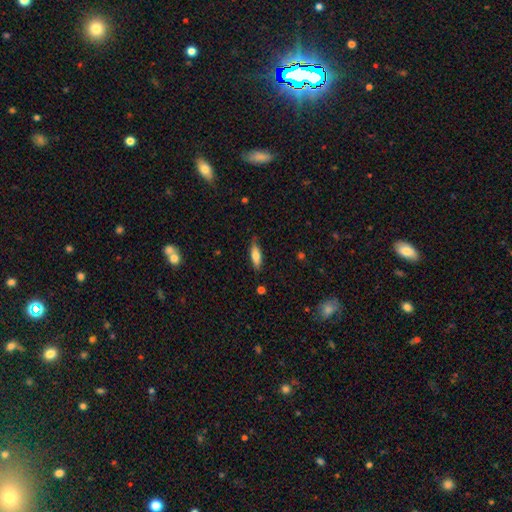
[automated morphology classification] smooth 74%, featured or disk 20%, star or artifact 6%. Down the decision tree: how rounded — in between (50%); merging — none (77%).